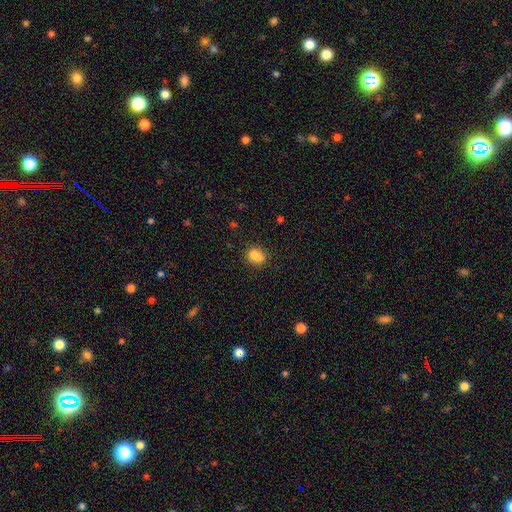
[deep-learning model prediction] Overall: smooth (77%). How rounded: round (50%; in between 48%). Merging: none (47%; merger 35%).